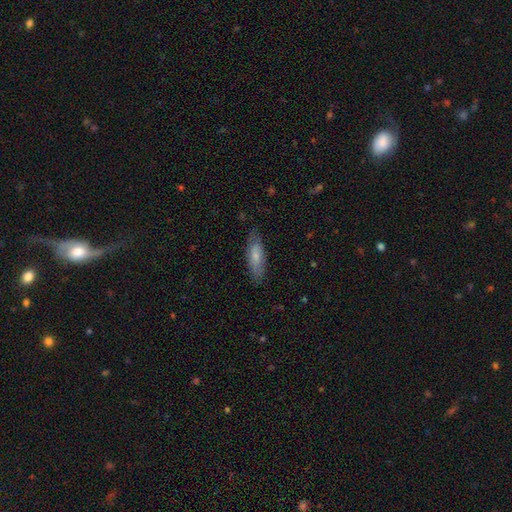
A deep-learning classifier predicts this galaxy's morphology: A smooth galaxy with no disk features (67%) that is in between round and cigar-shaped (55%).

Vote fractions:
- Smooth or featured? smooth: 67% / featured or disk: 26% / star or artifact: 6%
- How rounded? in between: 55% / cigar-shaped: 44% / round: 2%
- Merging? none: 78% / minor disturbance: 17% / major disturbance: 4% / merger: 1%